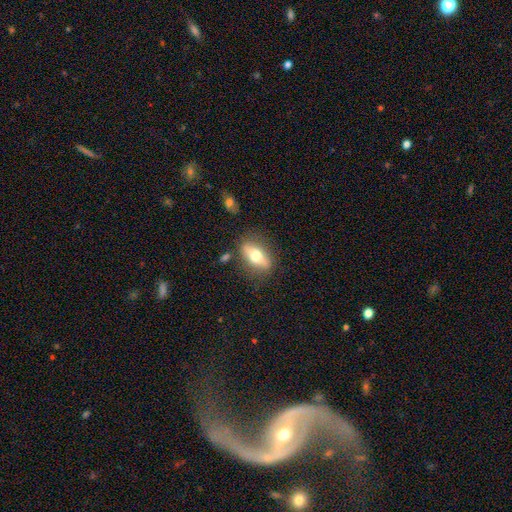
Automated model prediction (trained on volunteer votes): Morphology: type=smooth (57%); roundness=in between (78%); merging=none (77%).